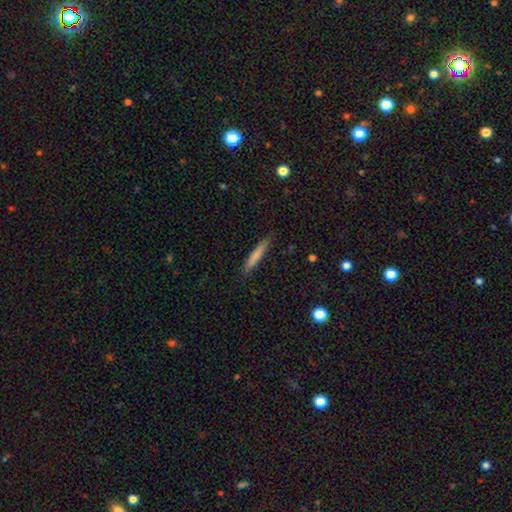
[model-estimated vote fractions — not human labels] smooth 77%, featured or disk 17%, star or artifact 6%. Down the decision tree: how rounded — cigar-shaped (94%); merging — none (87%).